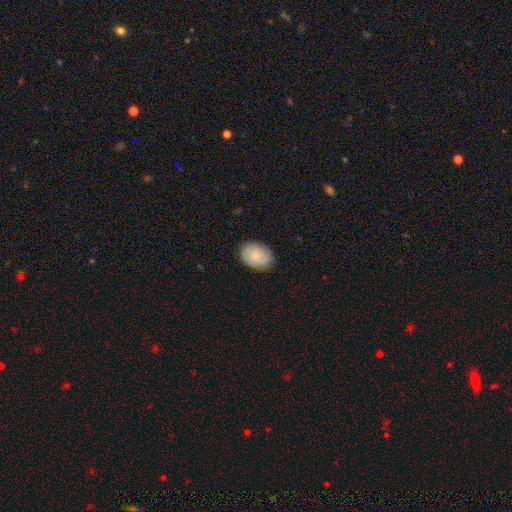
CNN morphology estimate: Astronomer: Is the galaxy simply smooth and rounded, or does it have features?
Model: smooth — 69%.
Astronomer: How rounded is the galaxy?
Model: in between — 75%.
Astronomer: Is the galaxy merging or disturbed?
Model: none — 83%.